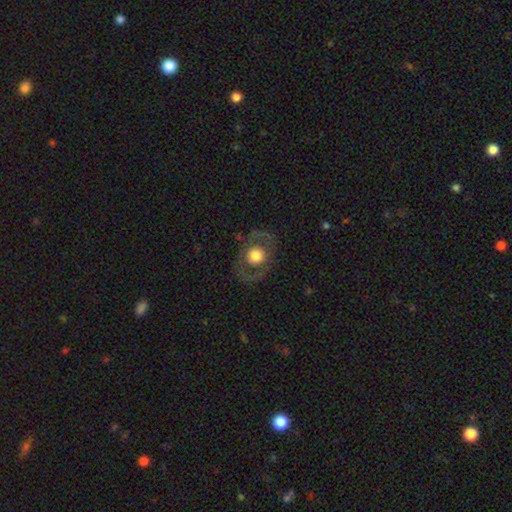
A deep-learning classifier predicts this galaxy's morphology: This is possibly a featured or disk galaxy (51%). It is clearly not viewed edge-on (94%). Merging: likely none (77%).